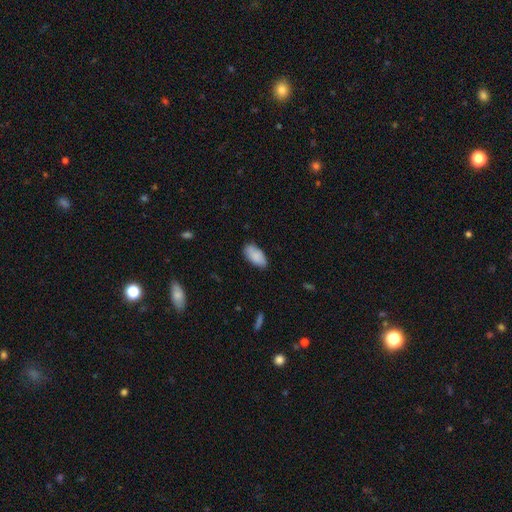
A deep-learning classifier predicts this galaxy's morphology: The model was most divided on "merging": none: 78%, minor disturbance: 18%, major disturbance: 3%, merger: 1%. More confident: how rounded — in between (93%); smooth or featured — smooth (87%).